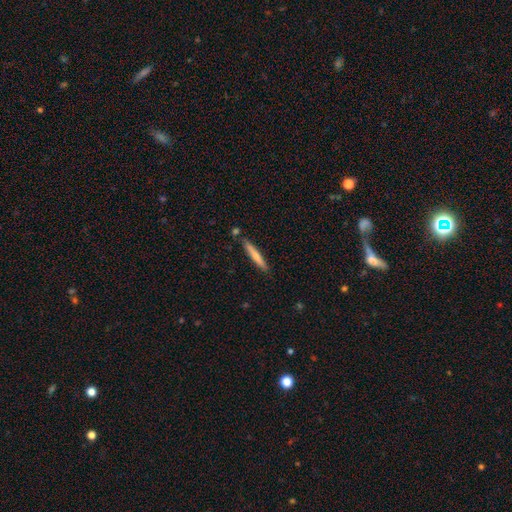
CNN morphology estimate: Smooth or featured?
  - smooth: 70% *
  - featured or disk: 24%
  - star or artifact: 5%
How rounded?
  - cigar-shaped: 95% *
  - in between: 4%
  - round: 1%
Merging?
  - none: 83% *
  - minor disturbance: 11%
  - merger: 4%
  - major disturbance: 2%